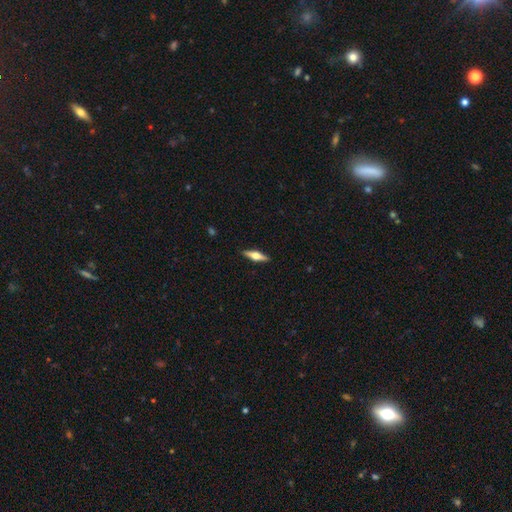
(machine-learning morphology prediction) smooth_or_featured: featured or disk (p=0.59) [alt: smooth p=0.35]
disk_edge_on: yes (p=0.96) [alt: no p=0.04]
edge_on_bulge: rounded (p=0.93) [alt: boxy p=0.05]
merging: none (p=0.90) [alt: minor disturbance p=0.07]